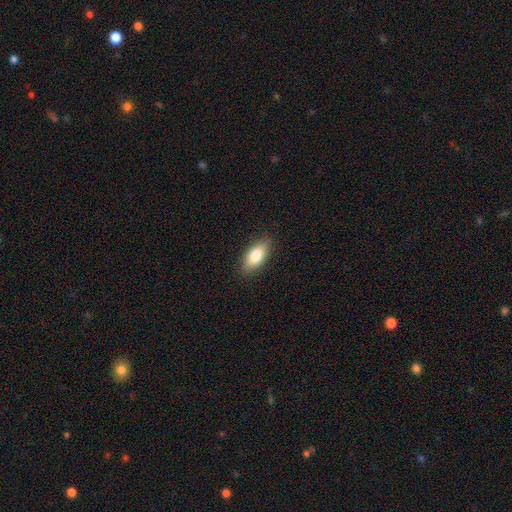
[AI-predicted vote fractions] Smooth or featured?
  - smooth: 82% *
  - featured or disk: 12%
  - star or artifact: 7%
How rounded?
  - in between: 87% *
  - cigar-shaped: 10%
  - round: 3%
Merging?
  - none: 87% *
  - minor disturbance: 10%
  - major disturbance: 2%
  - merger: 1%